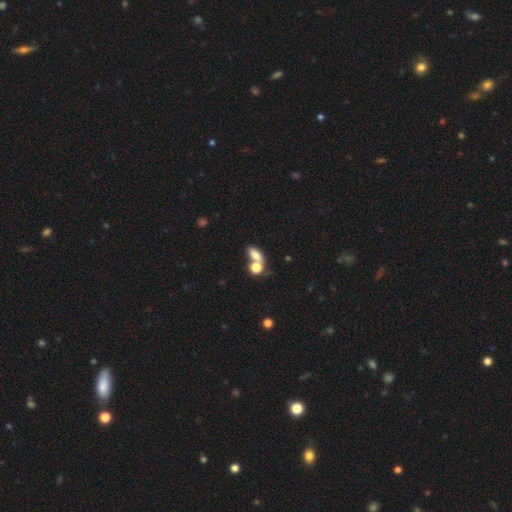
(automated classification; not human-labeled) A smooth galaxy with no disk features (76%) that is in between round and cigar-shaped (74%).

Vote fractions:
- Smooth or featured? smooth: 76% / featured or disk: 13% / star or artifact: 11%
- How rounded? in between: 74% / round: 20% / cigar-shaped: 6%
- Merging? merger: 47% / none: 37% / minor disturbance: 10% / major disturbance: 6%